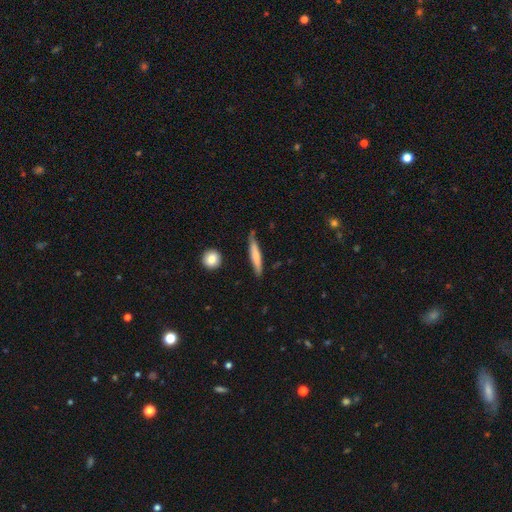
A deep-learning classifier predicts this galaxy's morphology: This is likely a smooth galaxy (65%). How rounded: clearly cigar-shaped (90%). Merging: likely none (75%).